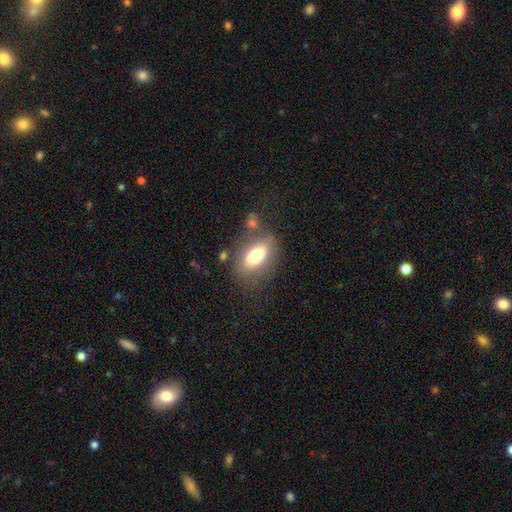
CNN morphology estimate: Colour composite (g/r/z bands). It shows a smooth galaxy with no disk features (74%) that is in between round and cigar-shaped (89%). Merging: none (65%).